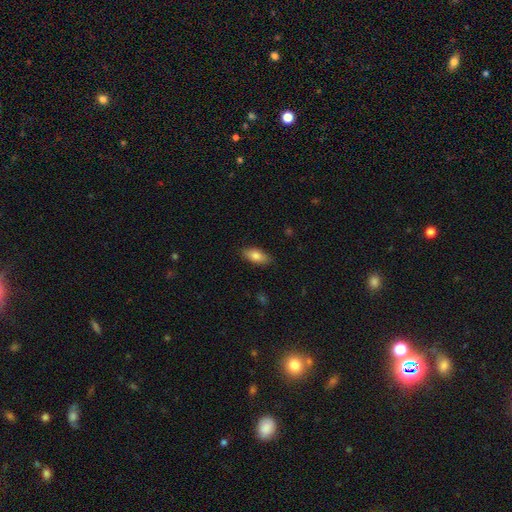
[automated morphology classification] This is clearly a smooth galaxy (80%). How rounded: clearly in between (84%). Merging: clearly none (86%).